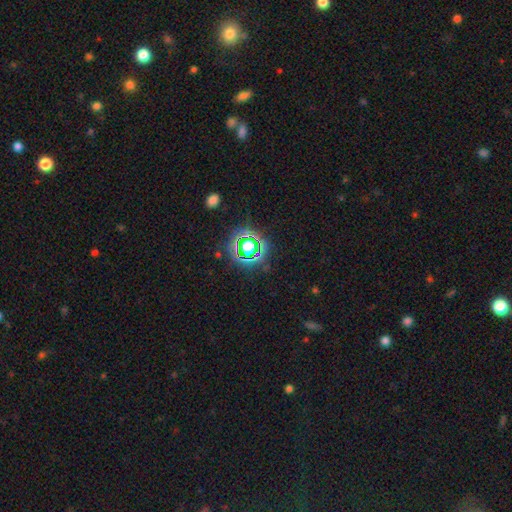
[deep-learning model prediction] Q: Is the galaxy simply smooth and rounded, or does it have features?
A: star or artifact — 78%.